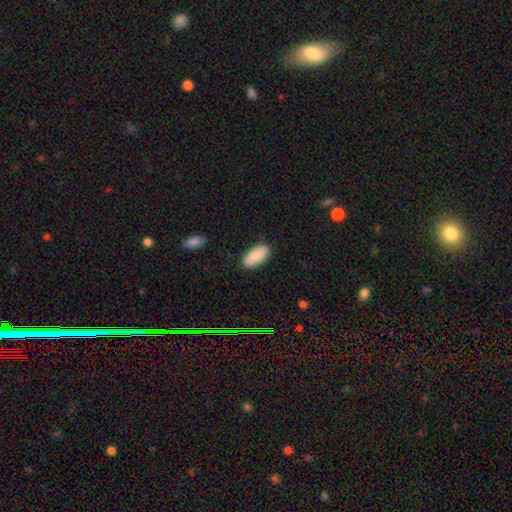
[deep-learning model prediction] The model was most divided on "merging": none: 86%, minor disturbance: 10%, major disturbance: 2%, merger: 1%. More confident: how rounded — in between (91%); smooth or featured — smooth (85%).